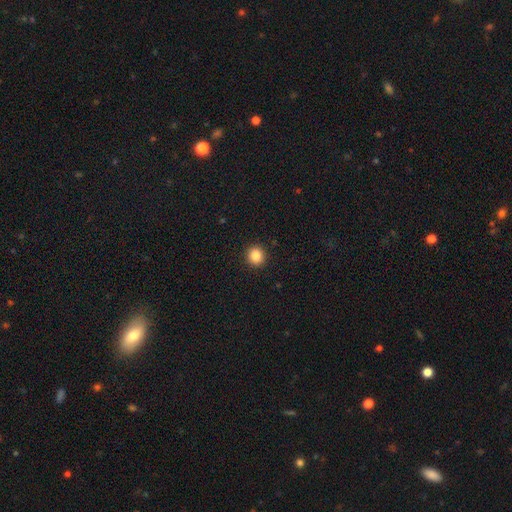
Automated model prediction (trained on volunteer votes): smooth 86%, star or artifact 10%, featured or disk 4%. Down the decision tree: how rounded — round (91%); merging — none (93%).